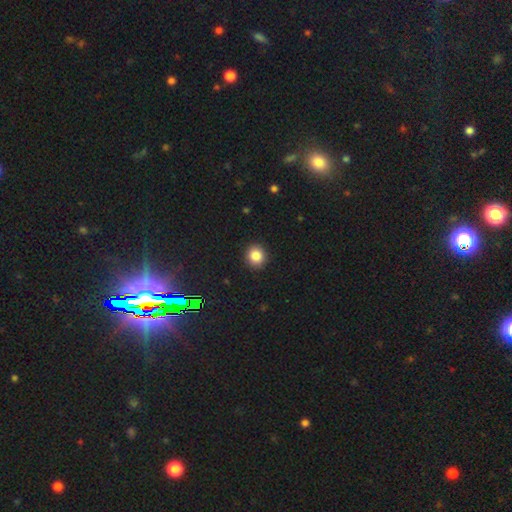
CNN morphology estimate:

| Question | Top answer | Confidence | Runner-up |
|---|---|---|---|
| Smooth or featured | smooth | 85% | star or artifact (11%) |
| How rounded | round | 83% | in between (16%) |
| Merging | none | 91% | minor disturbance (6%) |